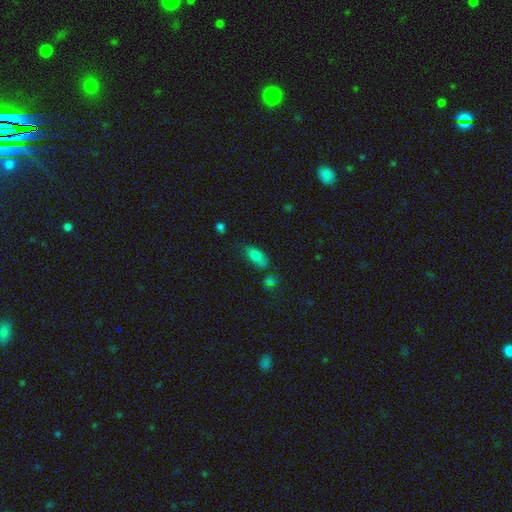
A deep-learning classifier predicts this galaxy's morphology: A smooth galaxy with no disk features (79%) that is in between round and cigar-shaped (88%). Merging: none (65%).